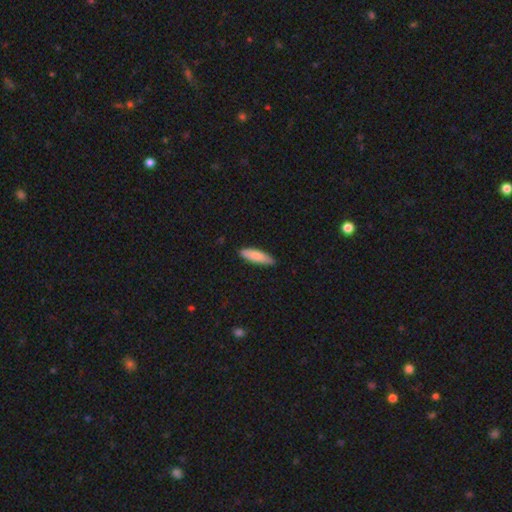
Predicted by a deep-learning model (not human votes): smooth_or_featured: smooth (p=0.84) [alt: featured or disk p=0.11]
how_rounded: cigar-shaped (p=0.60) [alt: in between p=0.39]
merging: none (p=0.86) [alt: minor disturbance p=0.11]